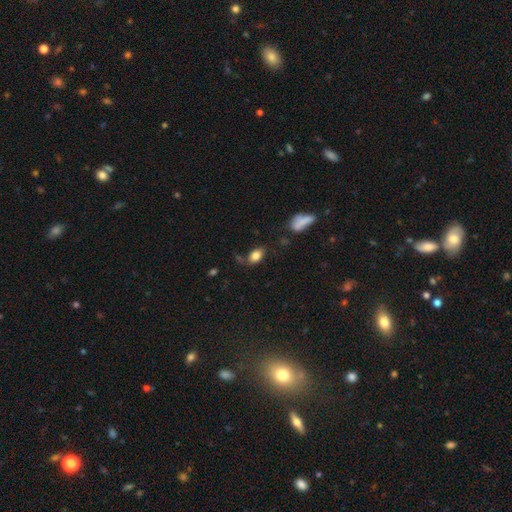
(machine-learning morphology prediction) This is clearly a smooth galaxy (83%). How rounded: clearly in between (86%). Merging: likely none (67%).